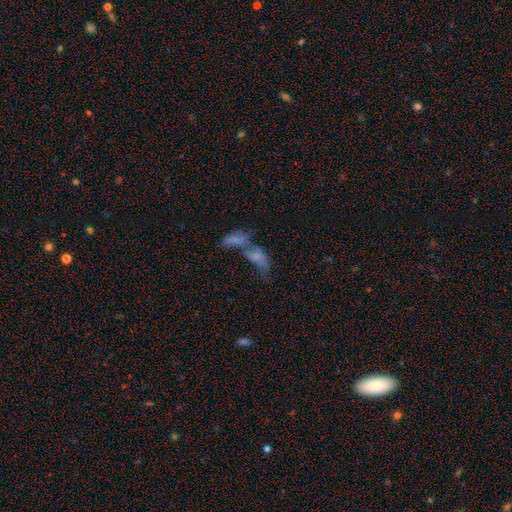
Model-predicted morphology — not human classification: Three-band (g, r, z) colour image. It shows a smooth galaxy with no disk features (46%). Merging: merger (67%).